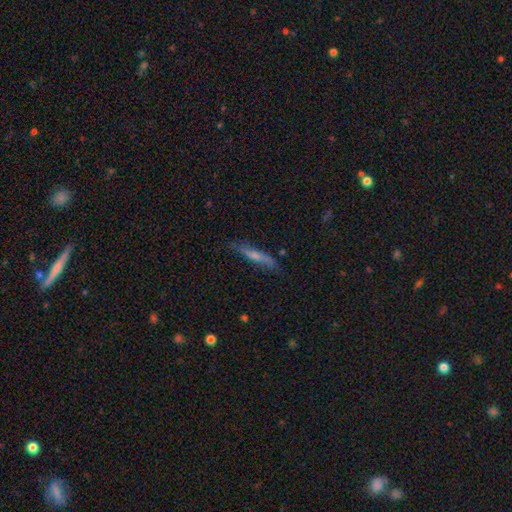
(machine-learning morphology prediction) smooth_or_featured: featured or disk (p=0.48) [alt: smooth p=0.45]
merging: none (p=0.74) [alt: minor disturbance p=0.20]